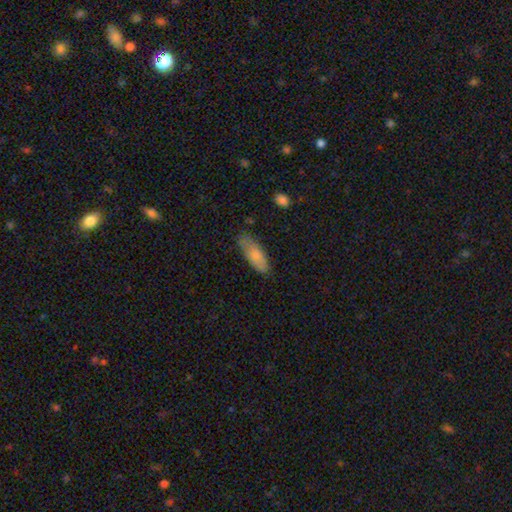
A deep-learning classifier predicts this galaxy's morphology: A smooth galaxy with no disk features (76%) that is in between round and cigar-shaped (74%).

Vote fractions:
- Smooth or featured? smooth: 76% / featured or disk: 17% / star or artifact: 6%
- How rounded? in between: 74% / cigar-shaped: 24% / round: 2%
- Merging? none: 65% / minor disturbance: 27% / major disturbance: 6% / merger: 2%